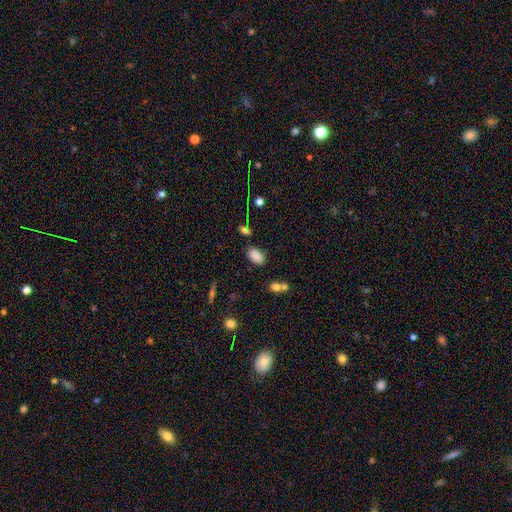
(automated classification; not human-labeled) Smooth or featured?
  - smooth: 85% *
  - star or artifact: 10%
  - featured or disk: 5%
How rounded?
  - in between: 92% *
  - round: 6%
  - cigar-shaped: 2%
Merging?
  - none: 81% *
  - minor disturbance: 12%
  - merger: 5%
  - major disturbance: 3%